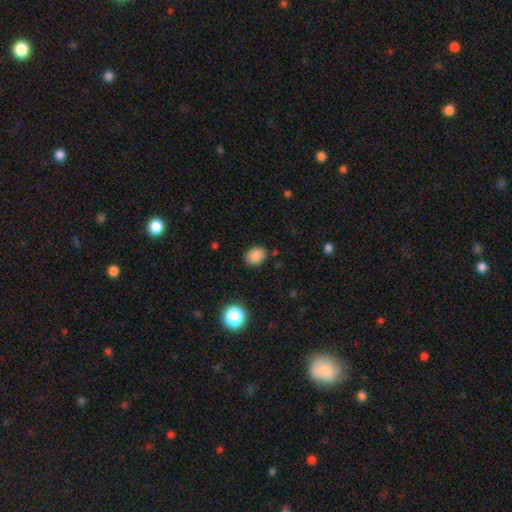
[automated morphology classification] This appears to be a smooth galaxy with no disk features (86%) that is in between round and cigar-shaped (54%). Merging: none (85%).